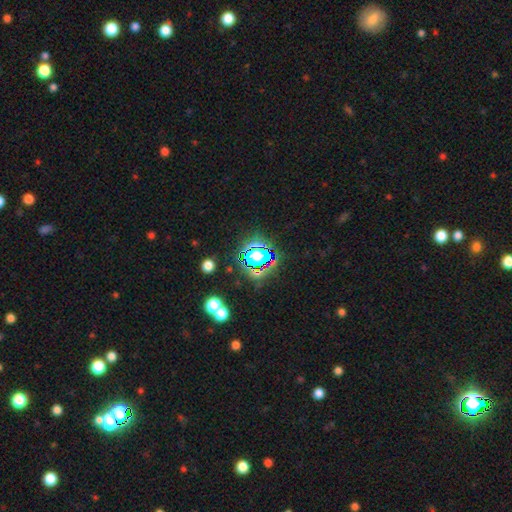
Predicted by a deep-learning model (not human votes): Overall: star or artifact (62%; smooth 25%).